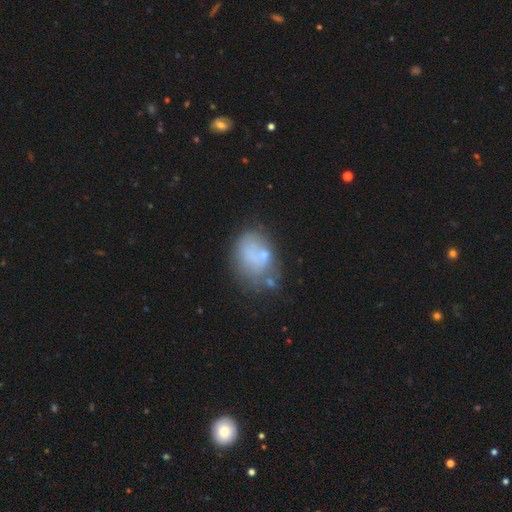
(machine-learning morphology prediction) Overall: smooth (56%; featured or disk 32%). How rounded: in between (68%; round 30%). Merging: none (42%; minor disturbance 24%).